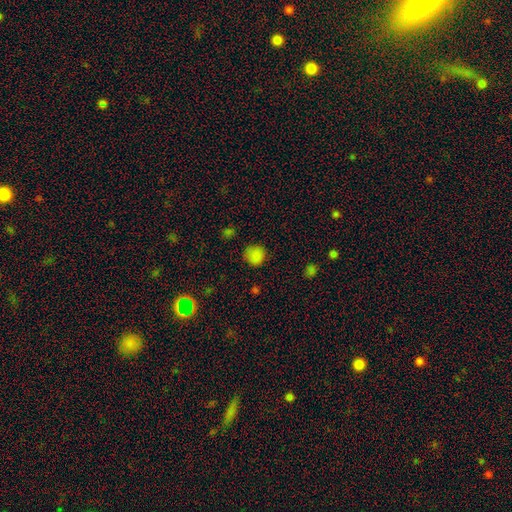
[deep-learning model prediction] A smooth galaxy with no disk features (84%) that is round (91%).

Vote fractions:
- Smooth or featured? smooth: 84% / star or artifact: 13% / featured or disk: 4%
- How rounded? round: 91% / in between: 8% / cigar-shaped: 1%
- Merging? none: 84% / minor disturbance: 11% / major disturbance: 3% / merger: 1%